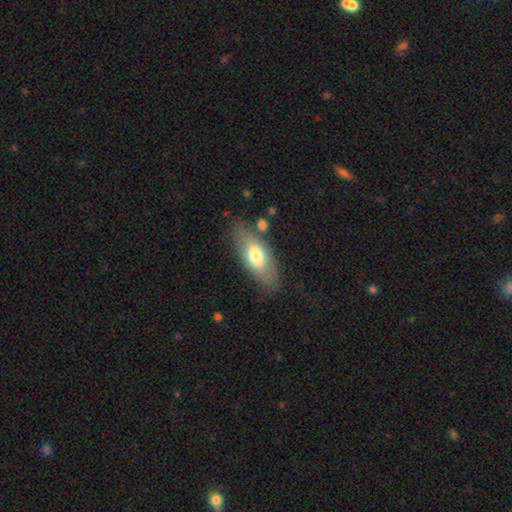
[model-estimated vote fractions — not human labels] Smooth or featured?
  - smooth: 67% *
  - featured or disk: 27%
  - star or artifact: 6%
How rounded?
  - in between: 82% *
  - cigar-shaped: 15%
  - round: 3%
Merging?
  - none: 75% *
  - minor disturbance: 15%
  - major disturbance: 5%
  - merger: 5%